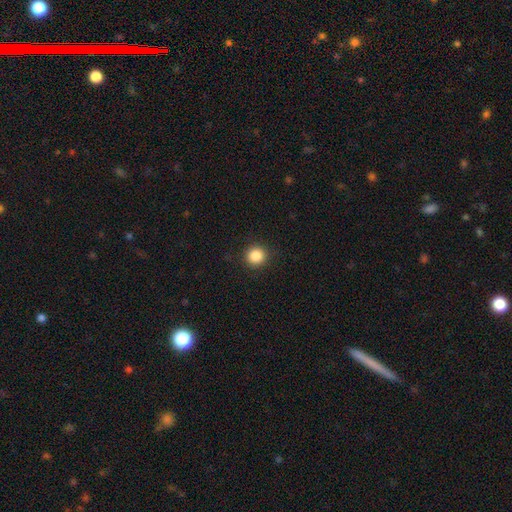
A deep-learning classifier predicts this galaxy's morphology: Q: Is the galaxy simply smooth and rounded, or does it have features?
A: smooth — 86%.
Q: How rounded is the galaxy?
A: round — 93%.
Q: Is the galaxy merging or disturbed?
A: none — 92%.